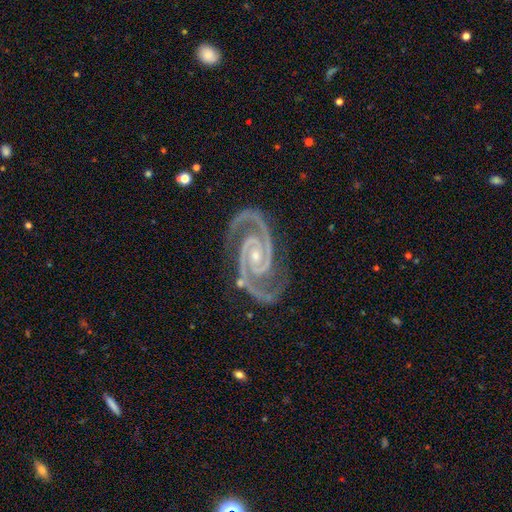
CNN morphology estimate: This appears to be a featured or disk galaxy (95%) with no bar (47%), 2 (94%) tight (58%) spiral arms (99%) and a small central bulge (67%). Merging: none (81%).